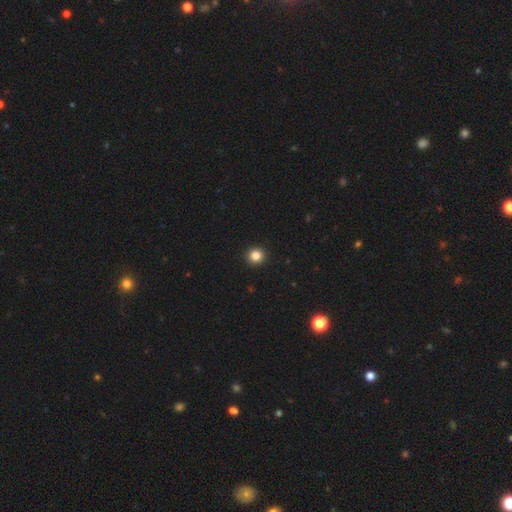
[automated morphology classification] type=smooth (84%); roundness=round (94%); merging=none (94%).